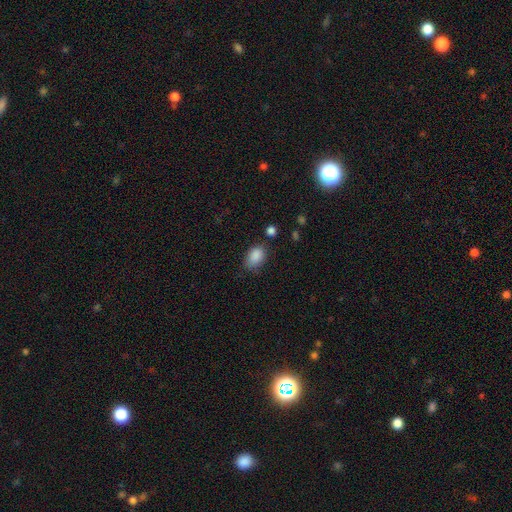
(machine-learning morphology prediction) Q: Smooth or featured?
A: smooth (87%); runner-up: star or artifact (8%)
Q: How rounded?
A: in between (84%); runner-up: round (15%)
Q: Merging?
A: none (67%); runner-up: minor disturbance (24%)